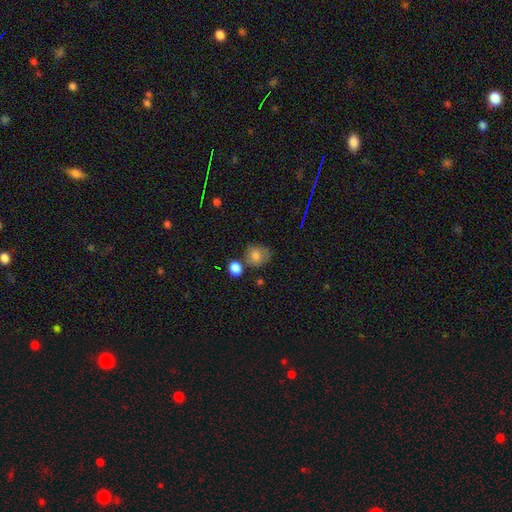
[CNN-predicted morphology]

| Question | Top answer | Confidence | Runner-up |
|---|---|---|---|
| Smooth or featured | smooth | 78% | featured or disk (12%) |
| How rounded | round | 73% | in between (26%) |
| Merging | none | 59% | minor disturbance (21%) |